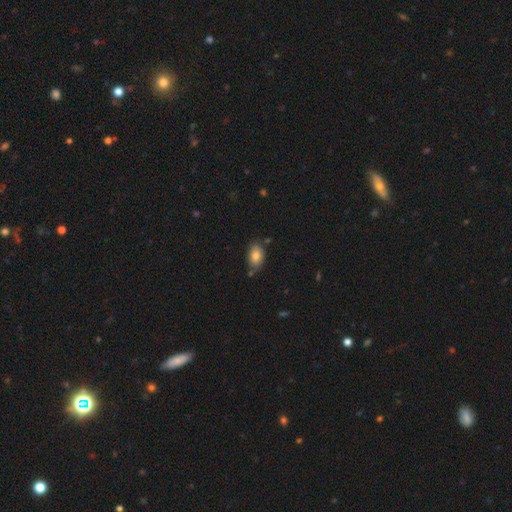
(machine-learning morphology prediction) Smooth or featured: smooth — 83% (featured or disk — 9%)
How rounded: in between — 88% (round — 10%)
Merging: none — 73% (minor disturbance — 17%)